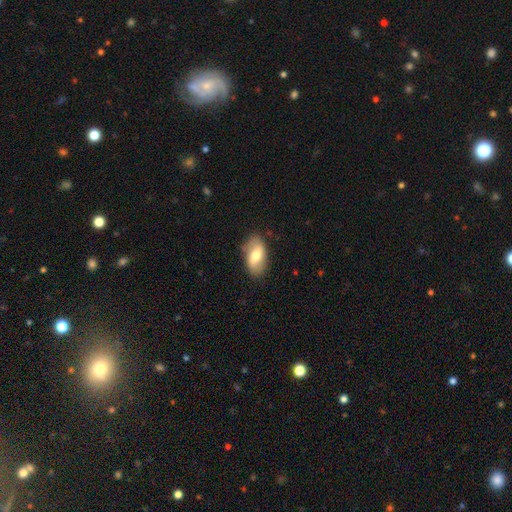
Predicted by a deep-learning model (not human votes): Morphology: type=smooth (58%); roundness=in between (92%); merging=none (80%).